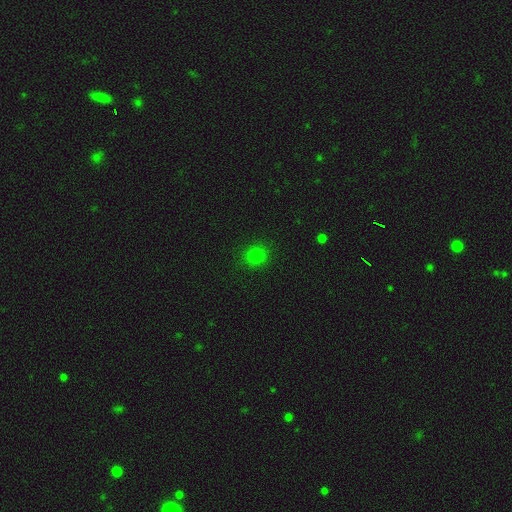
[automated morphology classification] Overall: smooth (79%). How rounded: round (89%). Merging: none (89%).